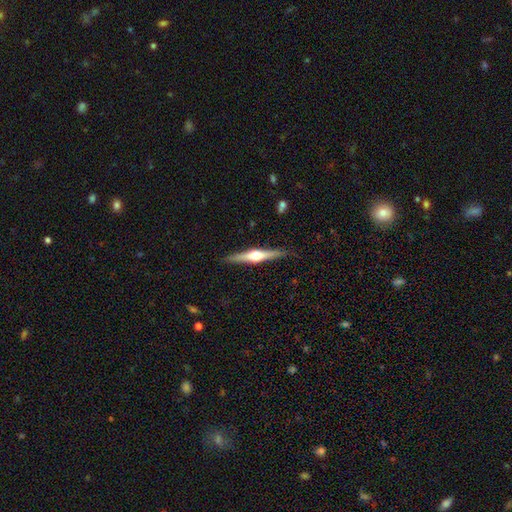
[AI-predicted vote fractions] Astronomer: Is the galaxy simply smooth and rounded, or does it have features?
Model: featured or disk — 75%.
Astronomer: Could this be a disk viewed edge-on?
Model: yes — 98%.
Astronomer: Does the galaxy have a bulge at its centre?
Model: rounded — 95%.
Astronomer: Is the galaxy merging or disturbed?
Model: none — 89%.